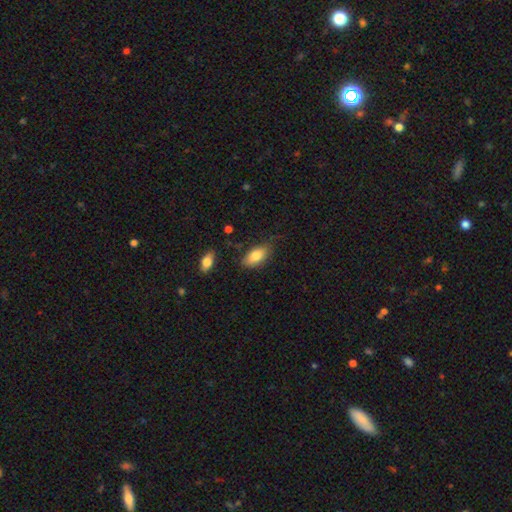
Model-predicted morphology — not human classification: Q: Smooth or featured?
A: smooth (82%); runner-up: featured or disk (11%)
Q: How rounded?
A: in between (91%); runner-up: cigar-shaped (5%)
Q: Merging?
A: none (72%); runner-up: minor disturbance (21%)